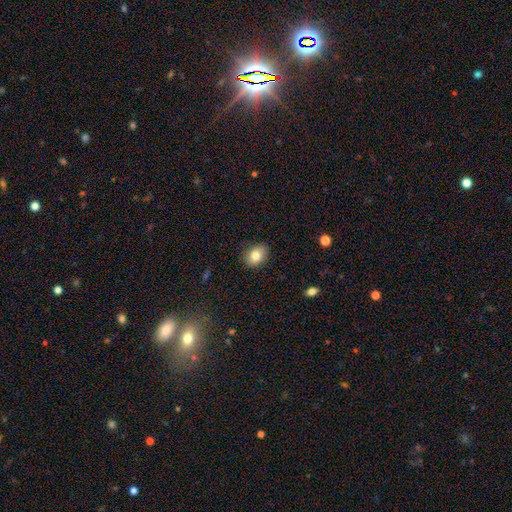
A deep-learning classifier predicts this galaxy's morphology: Smooth or featured? smooth (82%)
How rounded? in between (61%)
Merging? none (83%)